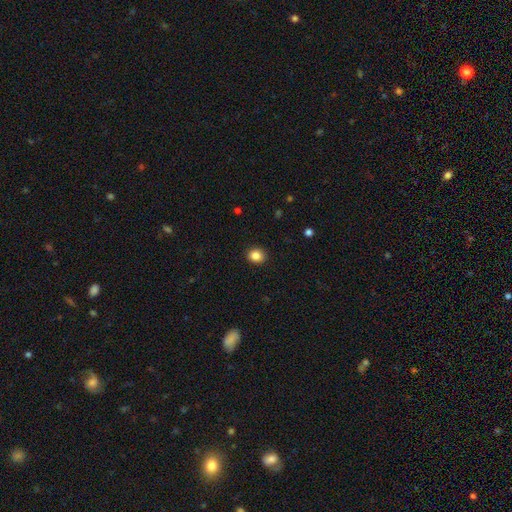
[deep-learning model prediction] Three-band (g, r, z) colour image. It shows a smooth galaxy with no disk features (85%) that is round (73%). Merging: none (91%).